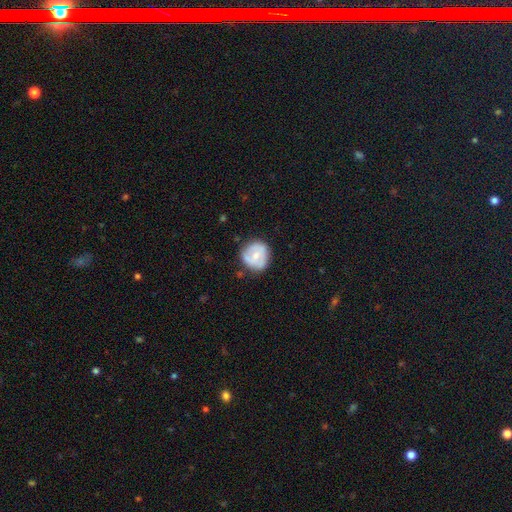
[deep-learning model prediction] A smooth galaxy with no disk features (55%) that is round (89%).

Vote fractions:
- Smooth or featured? smooth: 55% / featured or disk: 39% / star or artifact: 7%
- How rounded? round: 89% / in between: 10% / cigar-shaped: 1%
- Merging? none: 72% / minor disturbance: 20% / major disturbance: 5% / merger: 2%